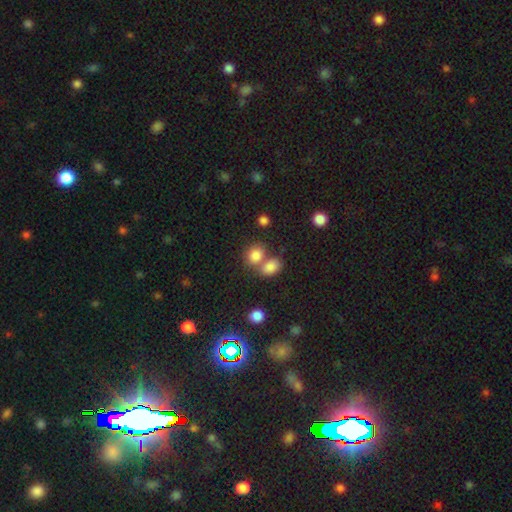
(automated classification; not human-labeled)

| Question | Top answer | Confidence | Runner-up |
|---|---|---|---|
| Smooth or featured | smooth | 83% | star or artifact (10%) |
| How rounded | round | 54% | in between (45%) |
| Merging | merger | 45% | none (42%) |